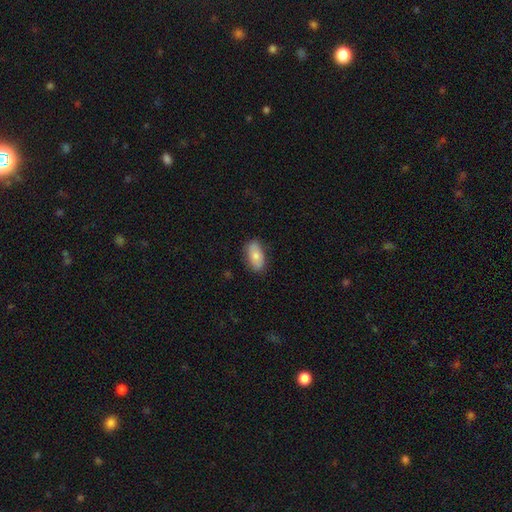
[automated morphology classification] This is likely a smooth galaxy (79%). How rounded: clearly in between (92%). Merging: clearly none (82%).